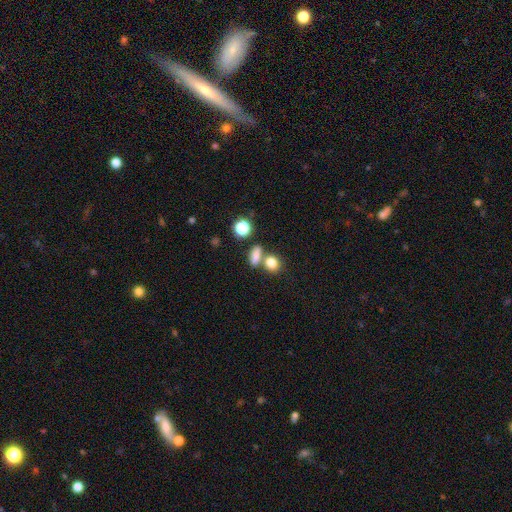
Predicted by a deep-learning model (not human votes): smooth_or_featured: smooth (p=0.79) [alt: star or artifact p=0.13]
how_rounded: in between (p=0.61) [alt: round p=0.28]
merging: none (p=0.55) [alt: merger p=0.30]